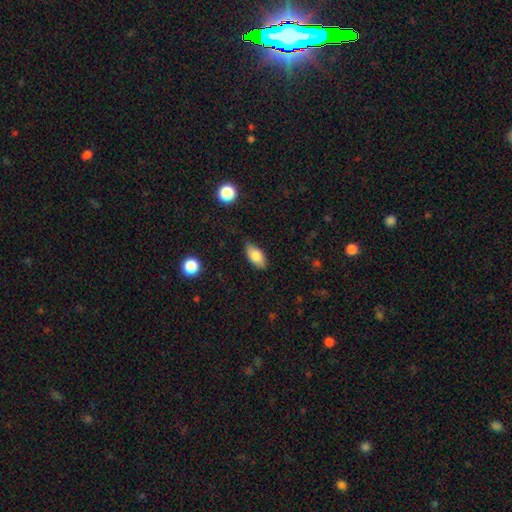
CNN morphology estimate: This is likely a smooth galaxy (77%). How rounded: clearly in between (89%). Merging: likely none (78%).